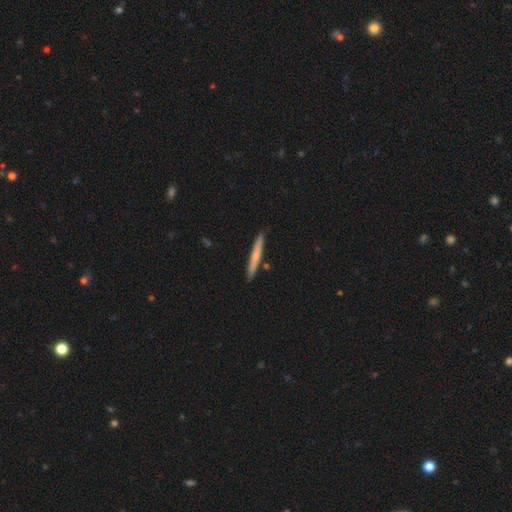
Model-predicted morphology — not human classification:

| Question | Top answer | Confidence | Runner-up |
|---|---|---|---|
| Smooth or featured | smooth | 64% | featured or disk (31%) |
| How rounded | cigar-shaped | 96% | in between (2%) |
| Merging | none | 88% | minor disturbance (8%) |